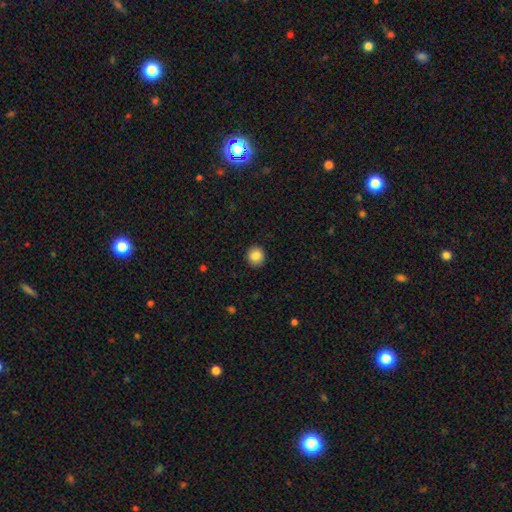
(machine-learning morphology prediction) Q: Smooth or featured?
A: smooth (86%); runner-up: star or artifact (9%)
Q: How rounded?
A: round (89%); runner-up: in between (10%)
Q: Merging?
A: none (91%); runner-up: minor disturbance (6%)